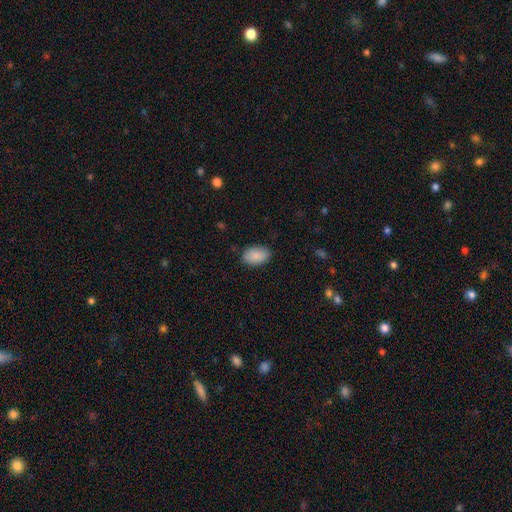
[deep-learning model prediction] A smooth galaxy with no disk features (89%) that is in between round and cigar-shaped (91%). Merging: none (84%).